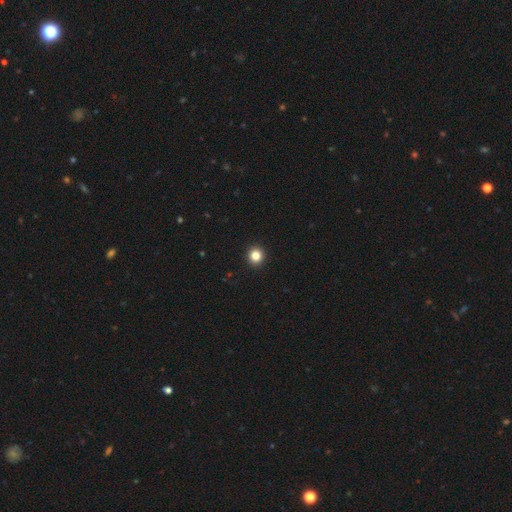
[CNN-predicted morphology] type=smooth (84%); roundness=round (93%); merging=none (94%).